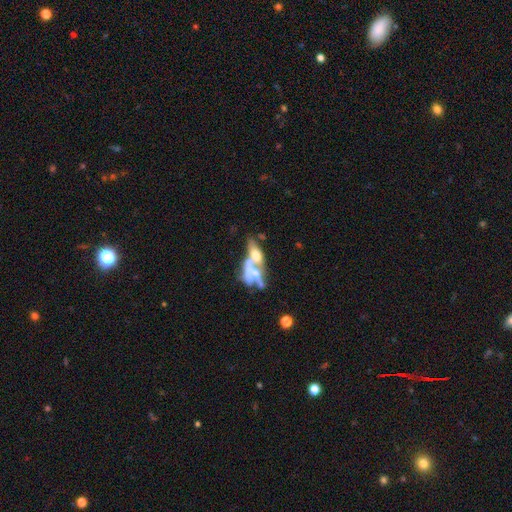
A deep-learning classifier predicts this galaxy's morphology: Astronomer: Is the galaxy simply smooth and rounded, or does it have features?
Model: featured or disk — 56% (runner-up: smooth, 33%).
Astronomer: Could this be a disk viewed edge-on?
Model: no — 84%.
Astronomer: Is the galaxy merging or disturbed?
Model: merger — 72%.